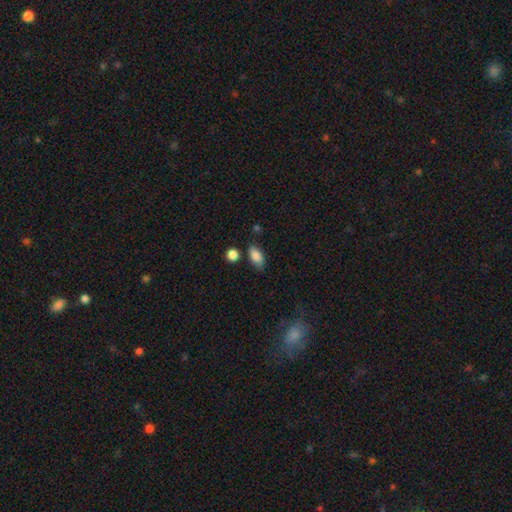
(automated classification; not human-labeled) Morphology: type=smooth (85%); roundness=in between (88%); merging=none (70%).